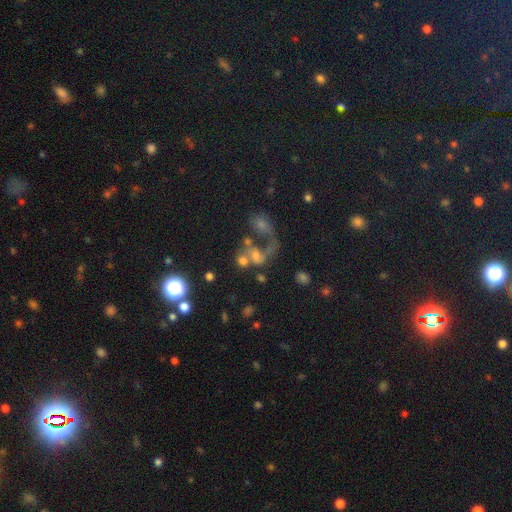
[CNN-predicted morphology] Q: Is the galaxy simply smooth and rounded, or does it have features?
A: smooth — 42%.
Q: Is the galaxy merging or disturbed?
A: merger — 55%.